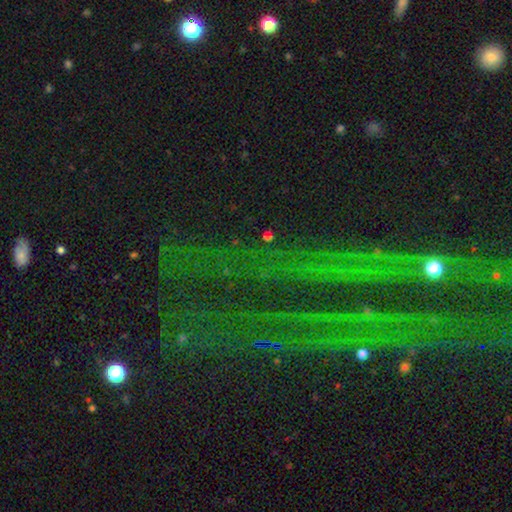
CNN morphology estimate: Smooth or featured: star or artifact — 78% (featured or disk — 11%)